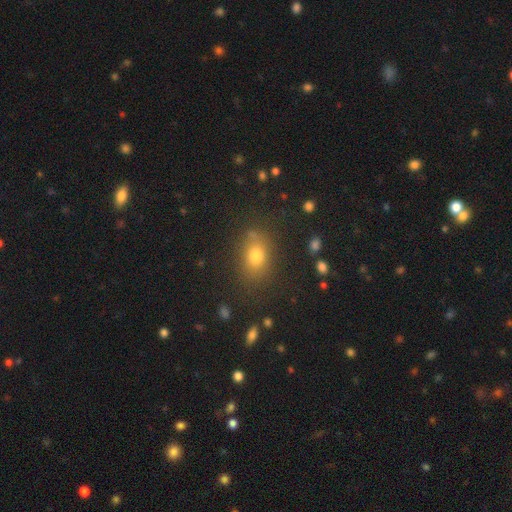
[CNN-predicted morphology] smooth 75%, star or artifact 15%, featured or disk 10%. Down the decision tree: how rounded — in between (66%); merging — none (76%).